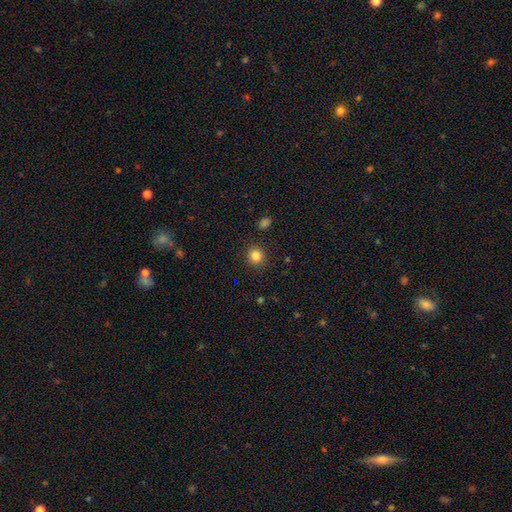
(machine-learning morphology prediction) Smooth or featured? Predicted: smooth (p=0.83). How rounded? Predicted: round (p=0.88). Merging? Predicted: none (p=0.90).